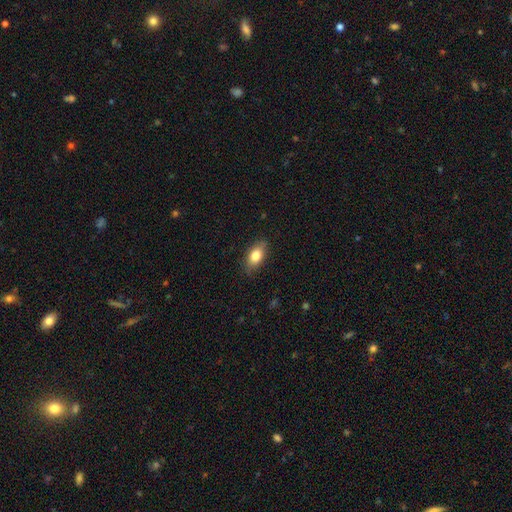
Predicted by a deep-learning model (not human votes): Overall: smooth (80%). How rounded: in between (86%). Merging: none (83%).